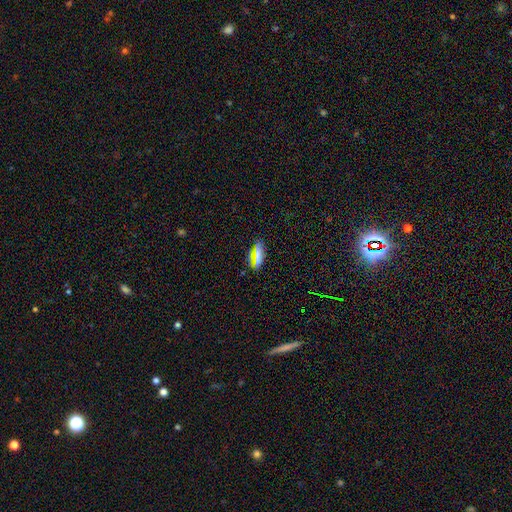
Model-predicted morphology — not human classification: Q: Smooth or featured?
A: smooth (67%); runner-up: star or artifact (20%)
Q: How rounded?
A: in between (68%); runner-up: cigar-shaped (25%)
Q: Merging?
A: none (78%); runner-up: minor disturbance (15%)